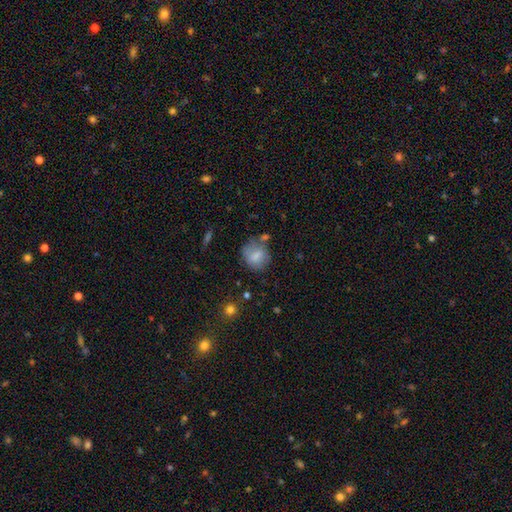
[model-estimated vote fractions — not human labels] Smooth or featured? Predicted: smooth (p=0.76). How rounded? Predicted: round (p=0.69). Merging? Predicted: none (p=0.57).